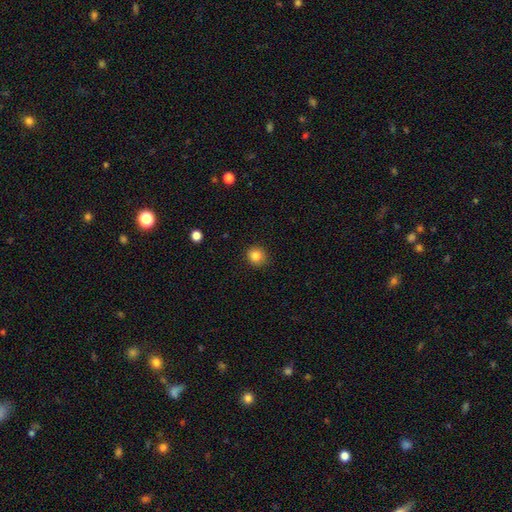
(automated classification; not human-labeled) Smooth or featured? Predicted: smooth (p=0.84). How rounded? Predicted: round (p=0.89). Merging? Predicted: none (p=0.89).